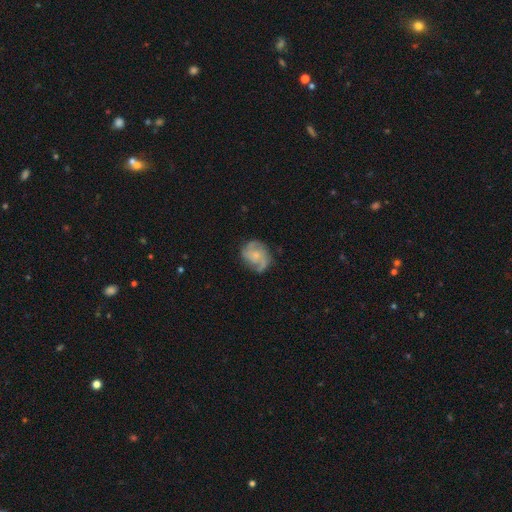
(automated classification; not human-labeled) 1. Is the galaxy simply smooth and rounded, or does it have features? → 72% featured or disk, 22% smooth, 7% star or artifact.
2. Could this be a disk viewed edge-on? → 98% no, 2% yes.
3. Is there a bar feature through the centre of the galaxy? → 71% no, 25% weak, 4% strong.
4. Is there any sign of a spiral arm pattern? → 92% yes, 8% no.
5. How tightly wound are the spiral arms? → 47% medium, 29% tight, 24% loose.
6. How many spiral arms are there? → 52% 2, 22% 3, 15% can't tell, 5% 1, 4% 4, 3% more than 4.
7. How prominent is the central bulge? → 56% small, 27% moderate, 14% none, 3% large, 1% dominant.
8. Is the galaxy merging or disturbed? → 67% none, 22% minor disturbance, 10% major disturbance, 2% merger.